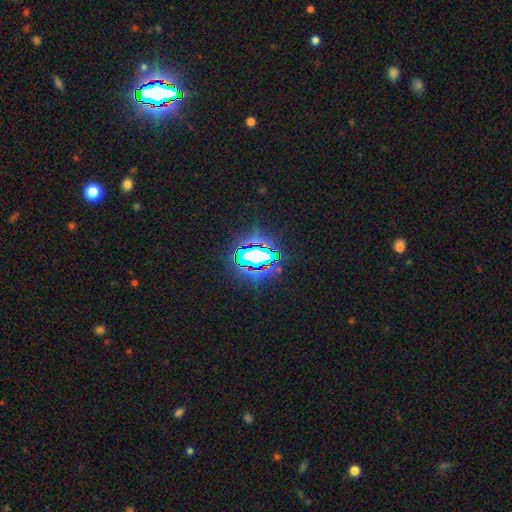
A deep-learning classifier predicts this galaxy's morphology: smooth-or-featured: star or artifact: 70% | smooth: 16% | featured or disk: 13%